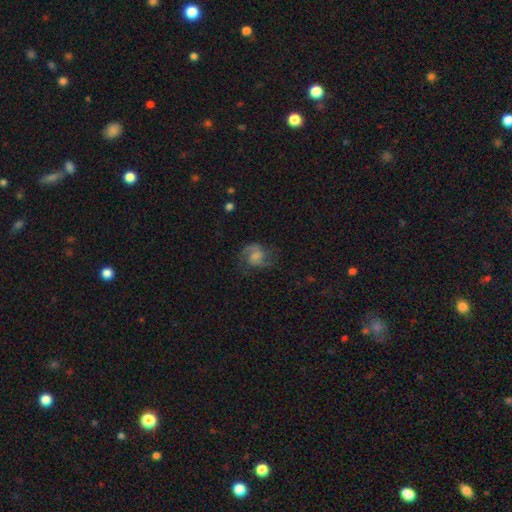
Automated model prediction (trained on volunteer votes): Morphology: type=featured or disk (58%); edge-on=no (98%); bar=no (60%); spiral arms=yes (89%); winding=medium (48%); arm count=2 (74%); bulge=moderate (30%); merging=none (61%).